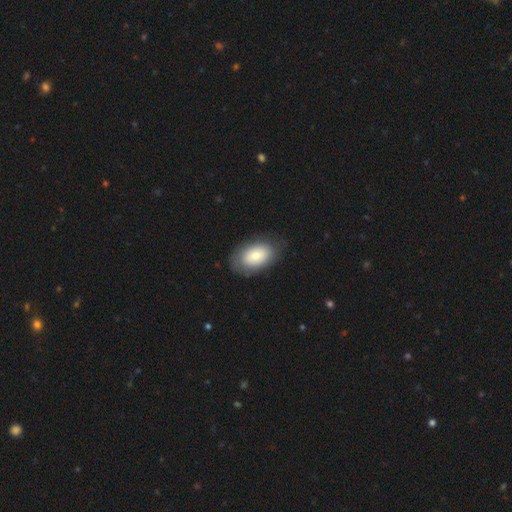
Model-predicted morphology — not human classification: Smooth or featured? smooth (74%)
How rounded? in between (90%)
Merging? none (78%)